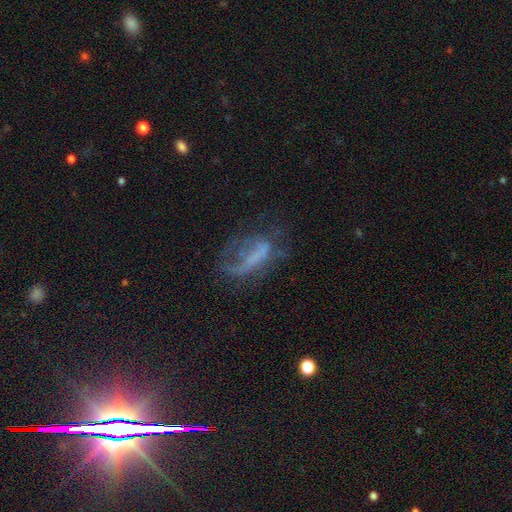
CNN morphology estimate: This appears to be a featured or disk galaxy (51%). Merging: major disturbance (39%).